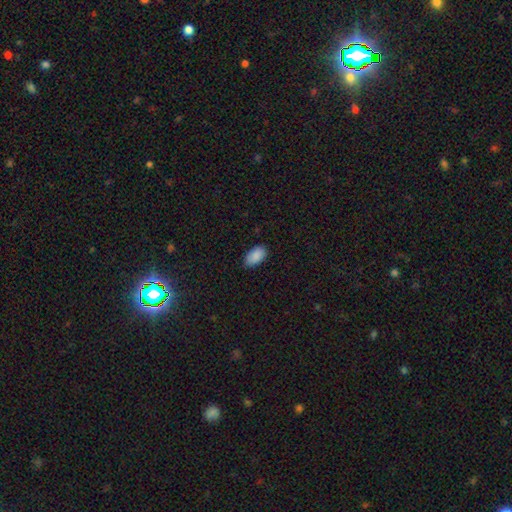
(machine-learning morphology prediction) Smooth or featured?
  - smooth: 89% *
  - star or artifact: 7%
  - featured or disk: 4%
How rounded?
  - in between: 95% *
  - round: 4%
  - cigar-shaped: 2%
Merging?
  - none: 83% *
  - minor disturbance: 14%
  - major disturbance: 2%
  - merger: 1%